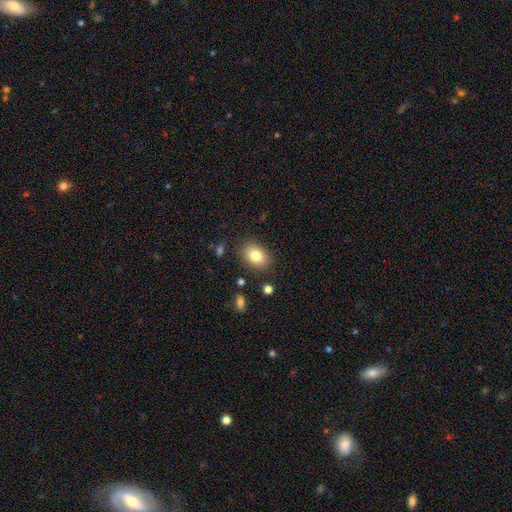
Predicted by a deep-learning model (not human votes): Smooth or featured? smooth (81%)
How rounded? in between (74%)
Merging? none (85%)